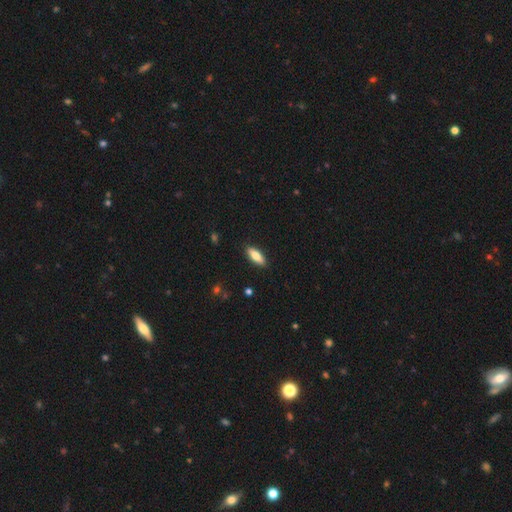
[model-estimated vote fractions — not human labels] A smooth galaxy with no disk features (75%) that is in between round and cigar-shaped (62%).

Vote fractions:
- Smooth or featured? smooth: 75% / featured or disk: 19% / star or artifact: 6%
- How rounded? in between: 62% / cigar-shaped: 36% / round: 2%
- Merging? none: 89% / minor disturbance: 8% / major disturbance: 2% / merger: 1%